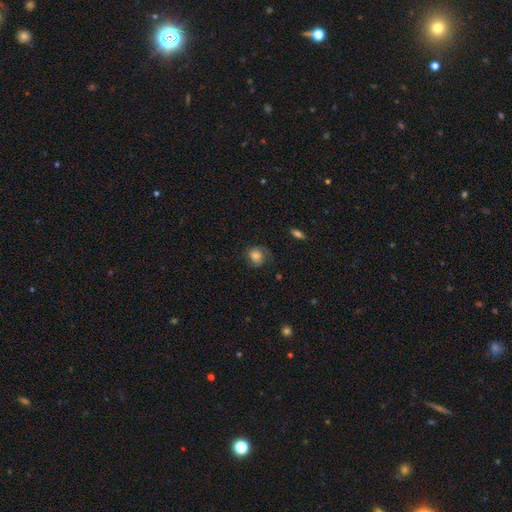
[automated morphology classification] type=smooth (69%); roundness=round (71%); merging=none (58%).